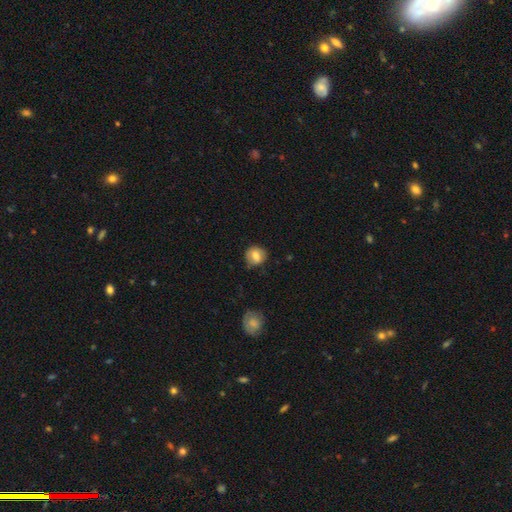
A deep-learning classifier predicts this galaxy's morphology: Smooth or featured? smooth (72%)
How rounded? round (81%)
Merging? none (74%)